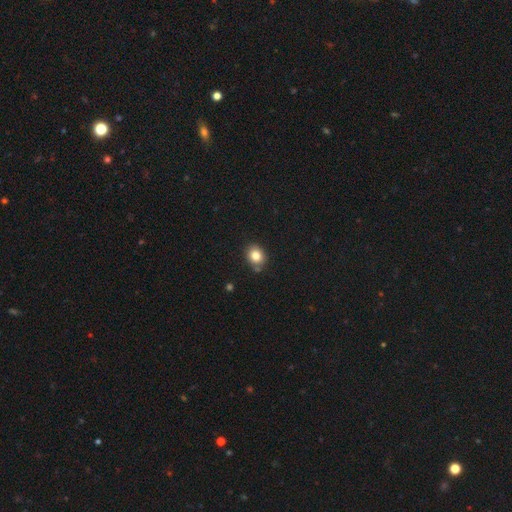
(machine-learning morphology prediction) Smooth or featured? smooth (83%)
How rounded? round (60%)
Merging? none (79%)